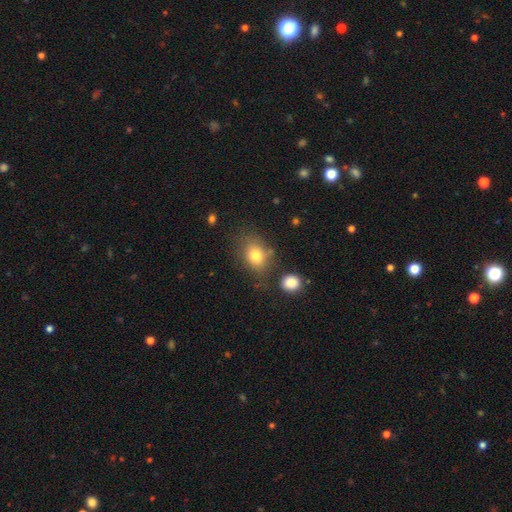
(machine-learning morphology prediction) smooth-or-featured: smooth: 77% | featured or disk: 12% | star or artifact: 11%
  how-rounded: in between: 64% | round: 35% | cigar-shaped: 1%
  merging: none: 66% | minor disturbance: 18% | merger: 8% | major disturbance: 8%